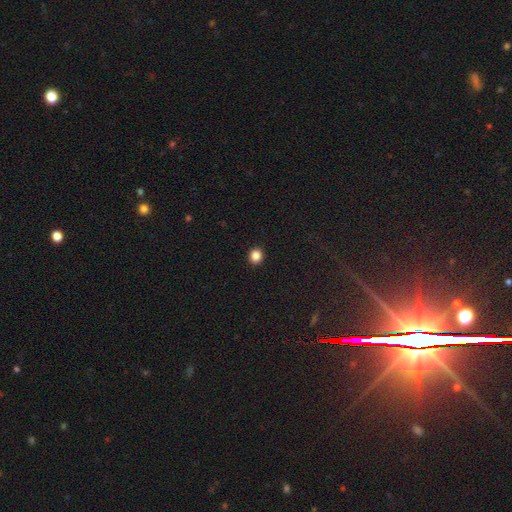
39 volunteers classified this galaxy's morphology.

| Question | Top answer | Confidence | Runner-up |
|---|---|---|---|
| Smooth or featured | smooth | 77% | featured or disk (13%) |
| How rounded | round | 100% | — |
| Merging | none | 89% | minor disturbance (9%) |